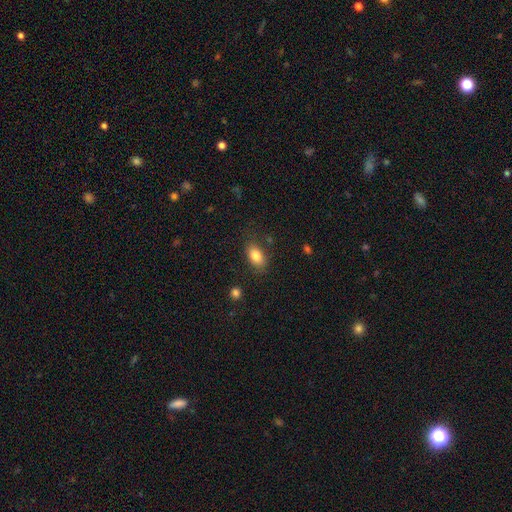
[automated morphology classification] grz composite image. It shows a smooth galaxy with no disk features (84%) that is in between round and cigar-shaped (89%). Merging: none (80%).